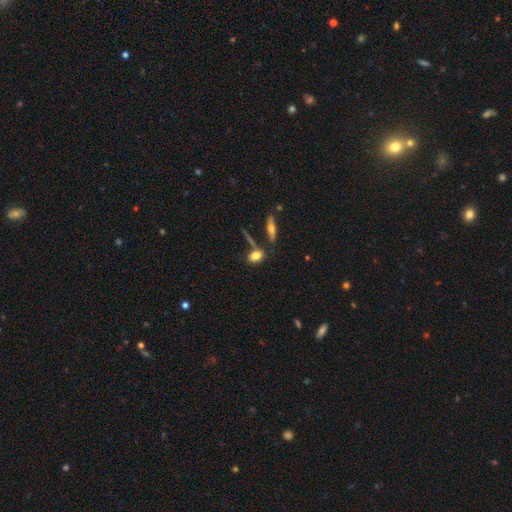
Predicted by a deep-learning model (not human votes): Q: Smooth or featured?
A: smooth (76%); runner-up: featured or disk (15%)
Q: How rounded?
A: in between (78%); runner-up: round (14%)
Q: Merging?
A: none (60%); runner-up: merger (20%)